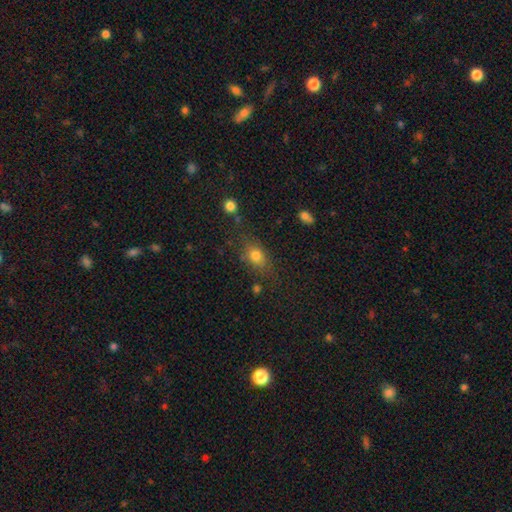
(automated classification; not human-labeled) Smooth or featured? smooth (76%)
How rounded? in between (66%)
Merging? none (69%)